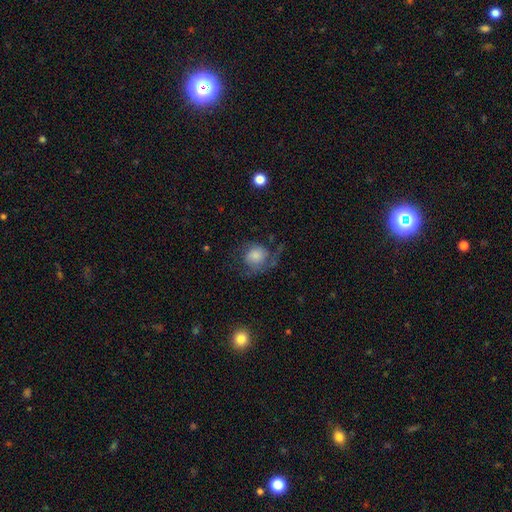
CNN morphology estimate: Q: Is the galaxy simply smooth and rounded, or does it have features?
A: smooth — 47%.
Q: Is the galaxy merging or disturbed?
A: none — 47%.